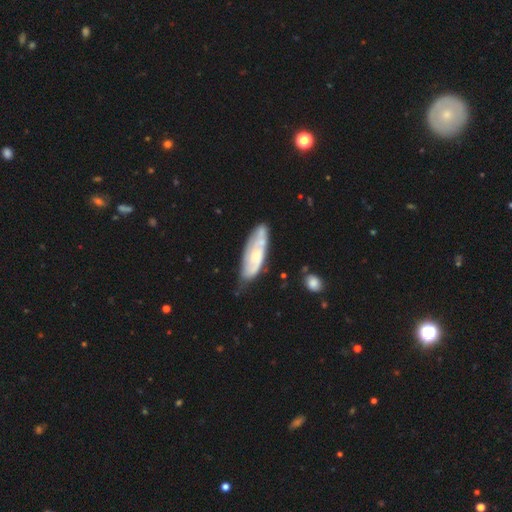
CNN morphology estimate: Smooth or featured? featured or disk (63%)
Edge-on disk? no (84%)
Bar? no (68%)
Spiral arms? yes (77%)
Bulge size? small (57%)
Merging? none (59%)